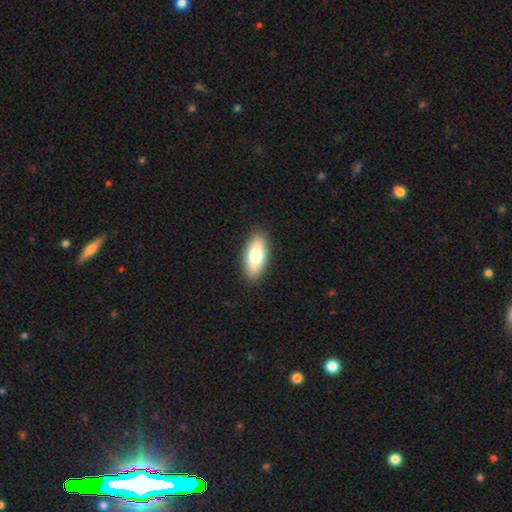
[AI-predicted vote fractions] Smooth or featured? smooth (77%)
How rounded? in between (81%)
Merging? none (90%)